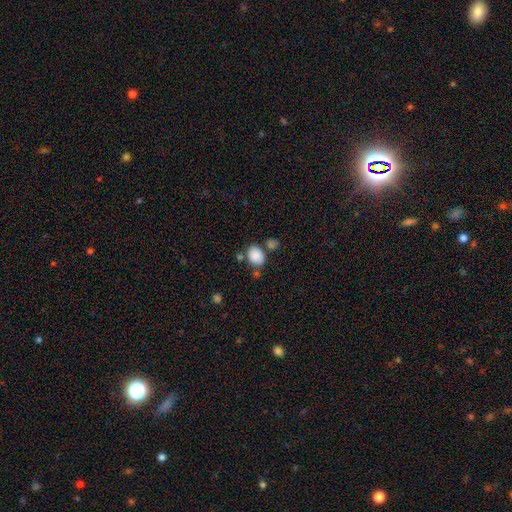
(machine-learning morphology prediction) A smooth galaxy with no disk features (86%) that is in between round and cigar-shaped (57%).

Vote fractions:
- Smooth or featured? smooth: 86% / star or artifact: 9% / featured or disk: 6%
- How rounded? in between: 57% / round: 42% / cigar-shaped: 1%
- Merging? none: 63% / minor disturbance: 16% / merger: 16% / major disturbance: 5%